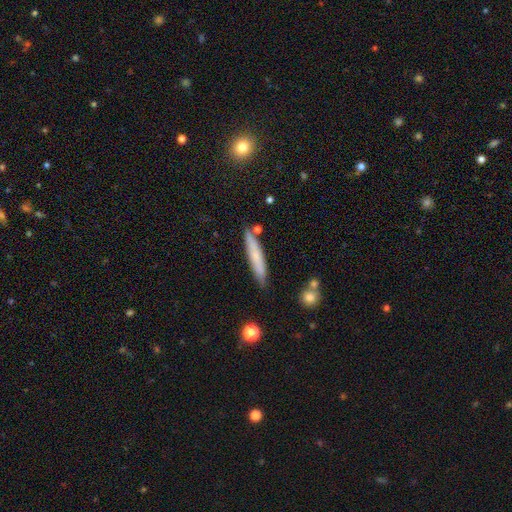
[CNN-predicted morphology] Smooth or featured: smooth — 67% (featured or disk — 26%)
How rounded: cigar-shaped — 92% (in between — 7%)
Merging: none — 81% (minor disturbance — 13%)